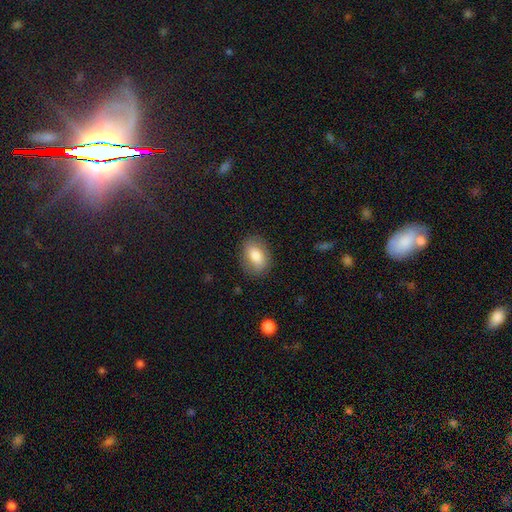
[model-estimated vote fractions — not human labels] Q: Smooth or featured?
A: smooth (80%); runner-up: featured or disk (13%)
Q: How rounded?
A: in between (82%); runner-up: round (16%)
Q: Merging?
A: none (84%); runner-up: minor disturbance (12%)